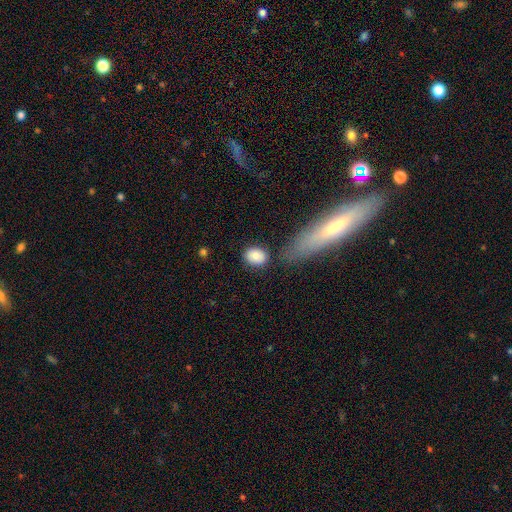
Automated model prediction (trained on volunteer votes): Smooth or featured?
  - smooth: 83% *
  - featured or disk: 9%
  - star or artifact: 8%
How rounded?
  - in between: 55% *
  - round: 43%
  - cigar-shaped: 2%
Merging?
  - none: 77% *
  - minor disturbance: 13%
  - merger: 6%
  - major disturbance: 4%